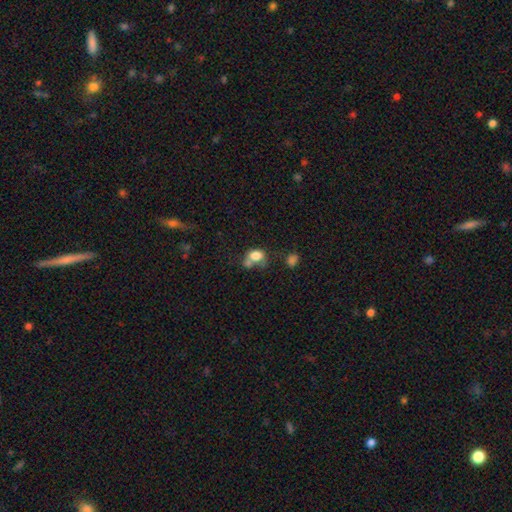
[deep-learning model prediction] Smooth or featured?
  - smooth: 76% *
  - featured or disk: 13%
  - star or artifact: 11%
How rounded?
  - in between: 62% *
  - round: 37%
  - cigar-shaped: 1%
Merging?
  - merger: 42% *
  - none: 28%
  - minor disturbance: 16%
  - major disturbance: 13%